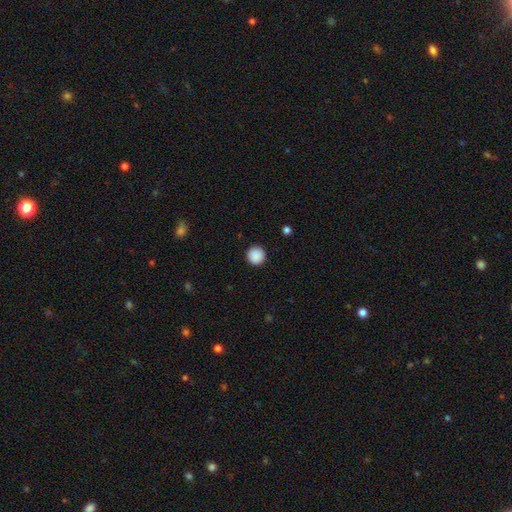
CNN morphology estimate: A smooth galaxy with no disk features (89%) that is round (95%). Merging: none (92%).